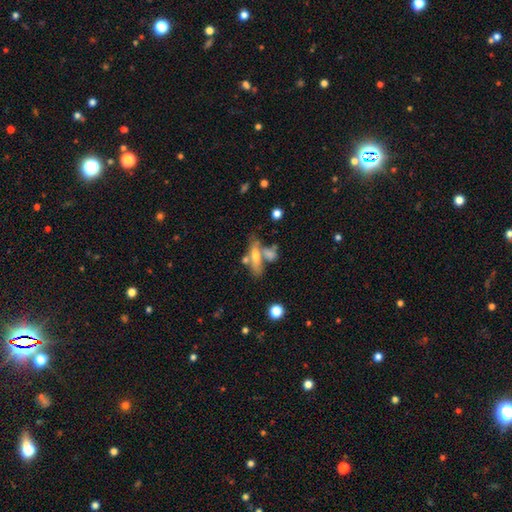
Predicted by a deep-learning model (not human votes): Smooth or featured: smooth — 50% (featured or disk — 41%)
How rounded: cigar-shaped — 55% (in between — 41%)
Merging: none — 42% (merger — 34%)